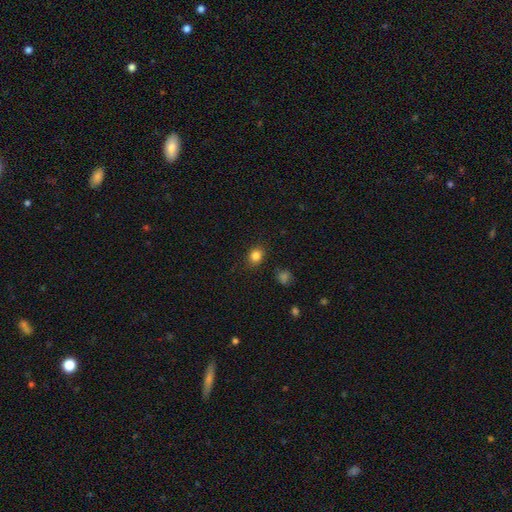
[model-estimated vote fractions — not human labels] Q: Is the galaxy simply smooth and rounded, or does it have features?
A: smooth — 84%.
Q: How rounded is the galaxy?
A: round — 63%.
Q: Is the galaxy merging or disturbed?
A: none — 85%.